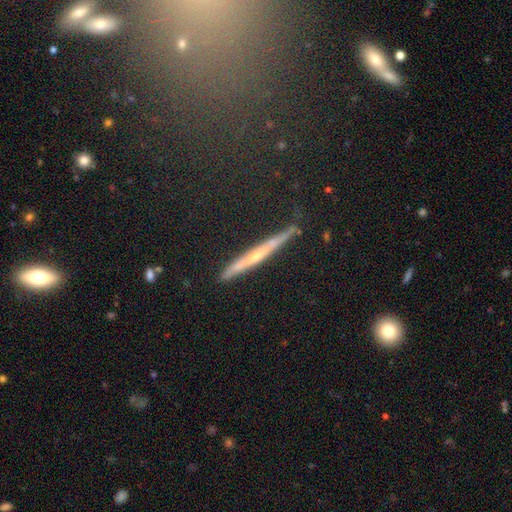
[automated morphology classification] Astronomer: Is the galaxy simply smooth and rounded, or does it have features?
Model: featured or disk — 62%.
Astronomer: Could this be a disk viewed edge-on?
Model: yes — 95%.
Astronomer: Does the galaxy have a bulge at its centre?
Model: rounded — 48% (runner-up: none, 46%).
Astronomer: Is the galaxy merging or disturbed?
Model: none — 85%.